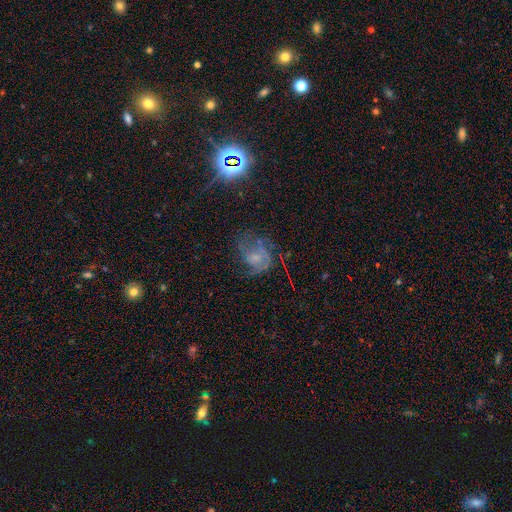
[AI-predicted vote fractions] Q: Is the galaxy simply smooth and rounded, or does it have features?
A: featured or disk — 51%.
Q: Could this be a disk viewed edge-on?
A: no — 97%.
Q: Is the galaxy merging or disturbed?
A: none — 43%.